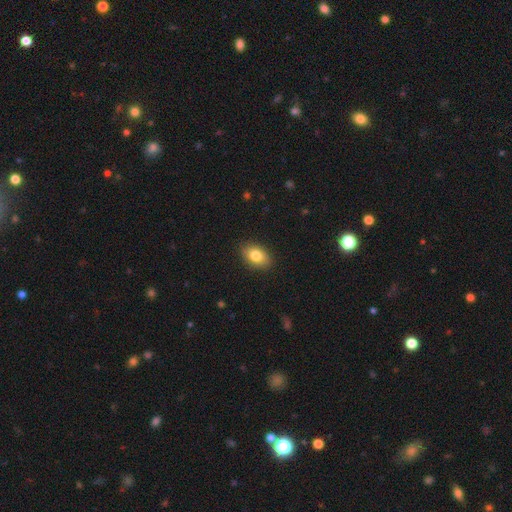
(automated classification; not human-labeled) smooth_or_featured: smooth (p=0.82) [alt: featured or disk p=0.11]
how_rounded: in between (p=0.86) [alt: round p=0.12]
merging: none (p=0.87) [alt: minor disturbance p=0.10]